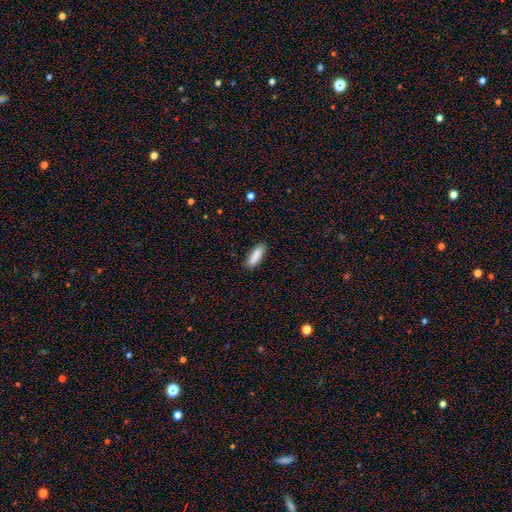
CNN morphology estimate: This appears to be a smooth galaxy with no disk features (86%) that is in between round and cigar-shaped (51%). Merging: none (83%).